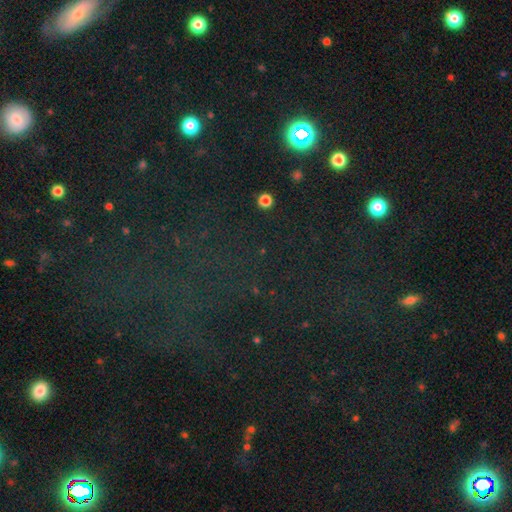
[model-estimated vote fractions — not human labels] Smooth or featured? star or artifact (64%)